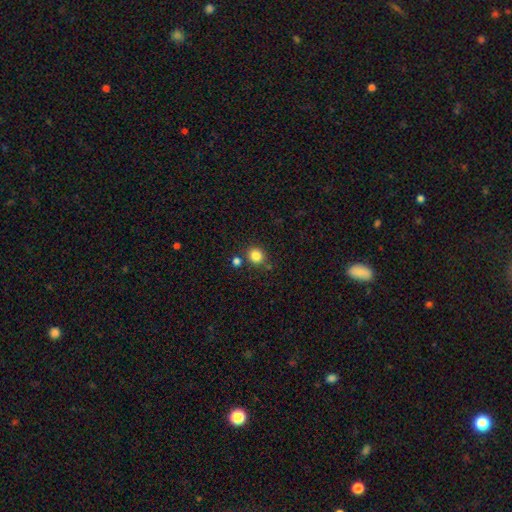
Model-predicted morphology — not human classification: Smooth or featured? smooth (84%)
How rounded? round (84%)
Merging? none (79%)